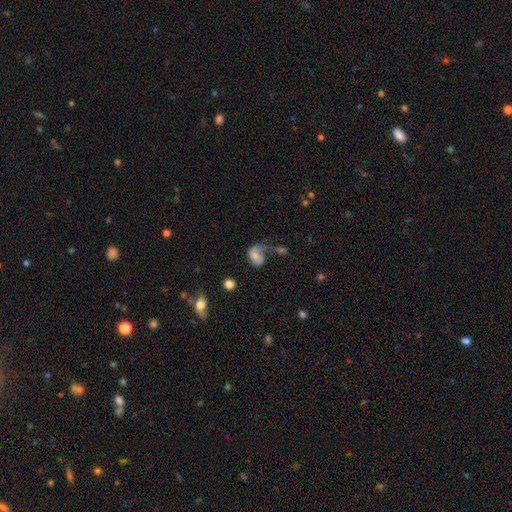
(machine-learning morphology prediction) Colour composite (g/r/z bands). It shows a smooth galaxy with no disk features (45%, tied with featured or disk). Merging: major disturbance (50%).